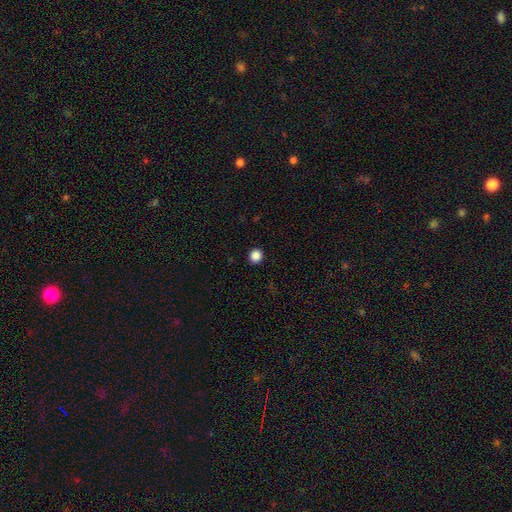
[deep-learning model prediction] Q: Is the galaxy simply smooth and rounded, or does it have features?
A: smooth — 87%.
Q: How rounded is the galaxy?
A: round — 91%.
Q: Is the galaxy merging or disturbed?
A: none — 93%.